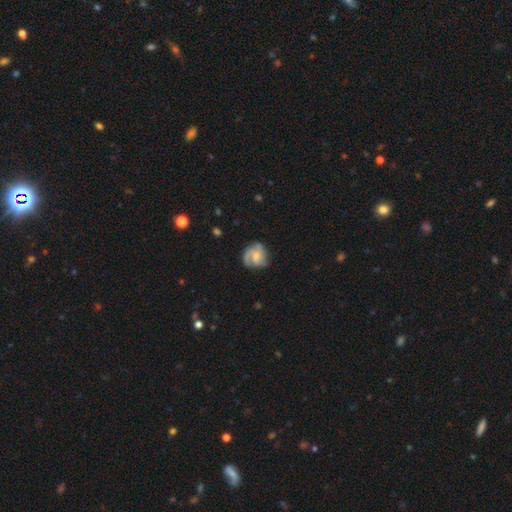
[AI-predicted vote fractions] smooth-or-featured: featured or disk: 67% | smooth: 26% | star or artifact: 7%
  disk-edge-on: no: 98% | yes: 2%
    bar: no: 58% | weak: 36% | strong: 6%
    has-spiral-arms: yes: 90% | no: 10%
      spiral-winding: medium: 45% | tight: 35% | loose: 20%
      spiral-arm-count: 3: 42% | 2: 26% | can't tell: 17% | 1: 6% | 4: 6% | more than 4: 3%
    bulge-size: small: 42% | moderate: 38% | none: 15% | large: 4% | dominant: 1%
  merging: none: 63% | minor disturbance: 23% | major disturbance: 12% | merger: 2%